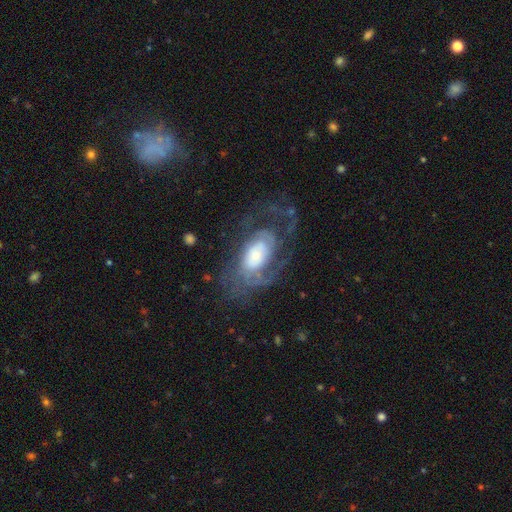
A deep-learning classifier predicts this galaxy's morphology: Q: Smooth or featured?
A: featured or disk (77%); runner-up: smooth (16%)
Q: Edge-on disk?
A: no (95%); runner-up: yes (5%)
Q: Bar?
A: no (71%); runner-up: weak (23%)
Q: Spiral arms?
A: yes (87%); runner-up: no (13%)
Q: Spiral winding?
A: tight (46%); runner-up: medium (37%)
Q: Spiral arm count?
A: can't tell (40%); runner-up: 2 (25%)
Q: Bulge size?
A: large (37%); runner-up: moderate (31%)
Q: Merging?
A: none (52%); runner-up: major disturbance (27%)